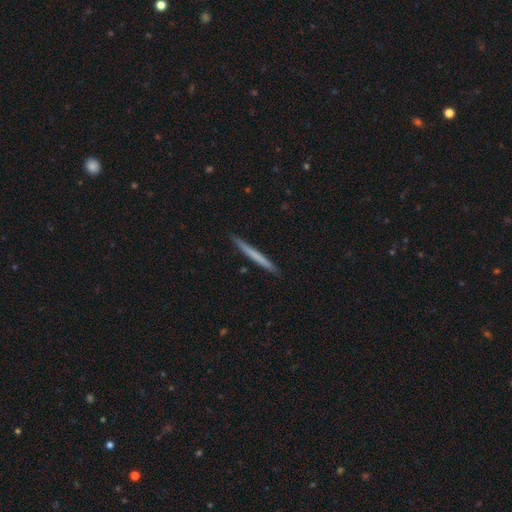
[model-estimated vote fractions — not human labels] A smooth galaxy with no disk features (60%) that is cigar-shaped (97%).

Vote fractions:
- Smooth or featured? smooth: 60% / featured or disk: 35% / star or artifact: 5%
- How rounded? cigar-shaped: 97% / in between: 2% / round: 1%
- Merging? none: 92% / minor disturbance: 6% / major disturbance: 1% / merger: 1%